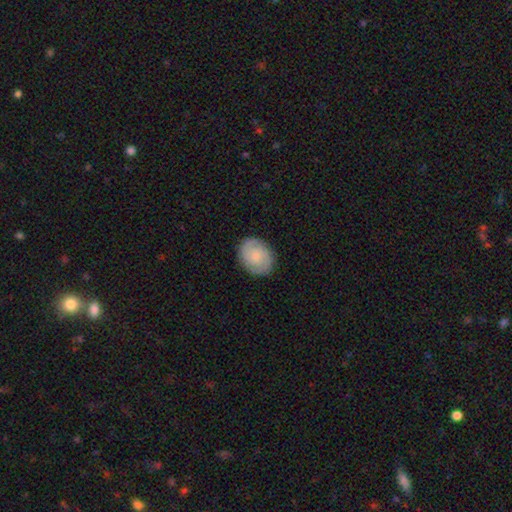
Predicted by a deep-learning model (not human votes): The model was most divided on "spiral winding": tight: 64%, medium: 30%, loose: 6%. More confident: edge-on disk — no (98%); spiral arms — yes (94%); merging — none (85%); spiral arm count — 2 (70%); bar — no (69%); smooth or featured — featured or disk (66%); bulge size — small (64%).